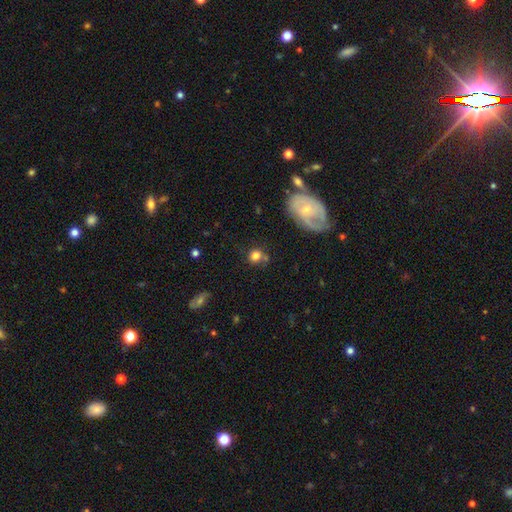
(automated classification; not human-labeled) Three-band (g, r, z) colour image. It shows a smooth galaxy with no disk features (76%) that is round (82%). Merging: none (65%).